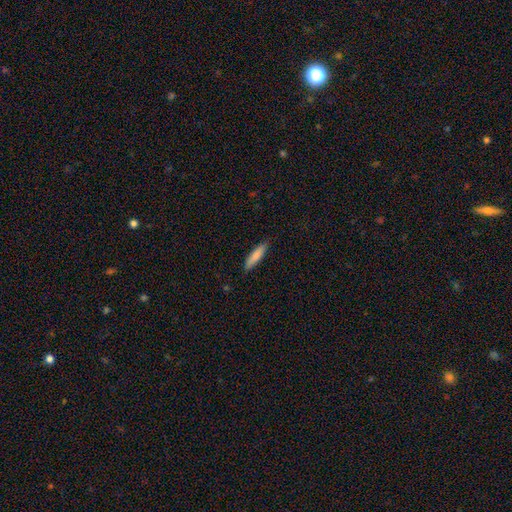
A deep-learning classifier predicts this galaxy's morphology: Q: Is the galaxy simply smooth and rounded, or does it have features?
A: smooth — 83%.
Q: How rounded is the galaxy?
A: cigar-shaped — 78%.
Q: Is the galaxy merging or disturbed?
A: none — 87%.